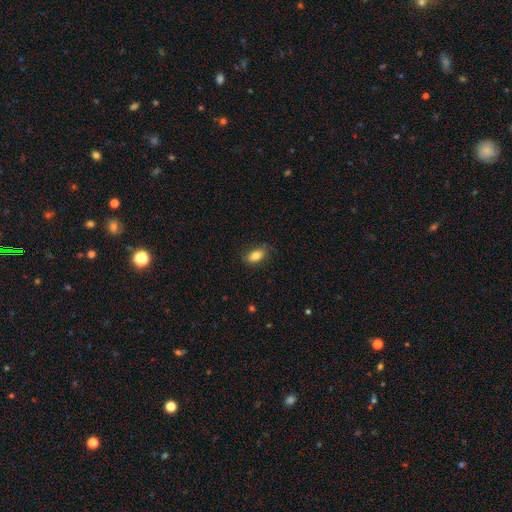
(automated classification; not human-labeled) Smooth or featured: smooth — 83% (featured or disk — 9%)
How rounded: in between — 88% (round — 6%)
Merging: none — 78% (minor disturbance — 17%)